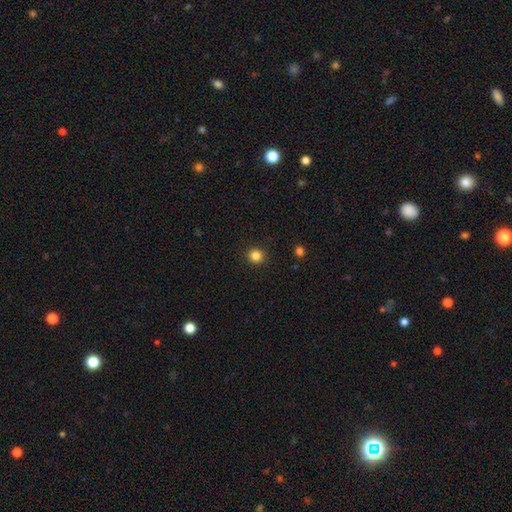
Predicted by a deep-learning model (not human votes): Overall: smooth (84%). How rounded: round (89%). Merging: none (92%).